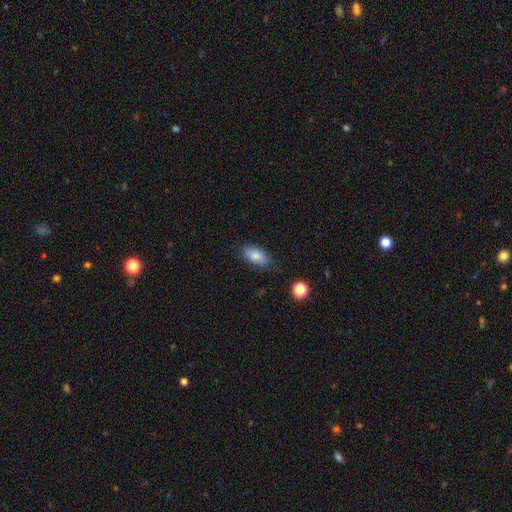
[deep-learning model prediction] Smooth or featured: smooth — 83% (featured or disk — 8%)
How rounded: in between — 89% (cigar-shaped — 7%)
Merging: none — 75% (minor disturbance — 19%)